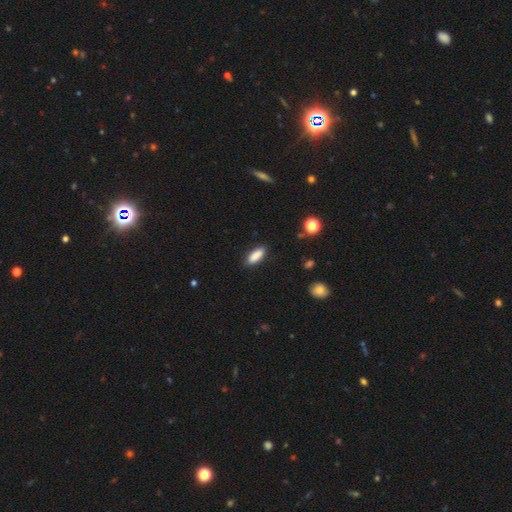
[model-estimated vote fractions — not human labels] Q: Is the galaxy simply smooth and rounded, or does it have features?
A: smooth — 87%.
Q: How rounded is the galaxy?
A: in between — 73%.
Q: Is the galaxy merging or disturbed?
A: none — 86%.